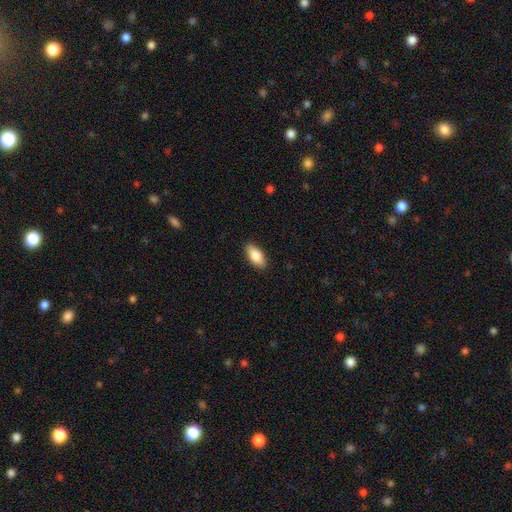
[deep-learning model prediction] A smooth galaxy with no disk features (83%) that is in between round and cigar-shaped (87%). Merging: none (88%).